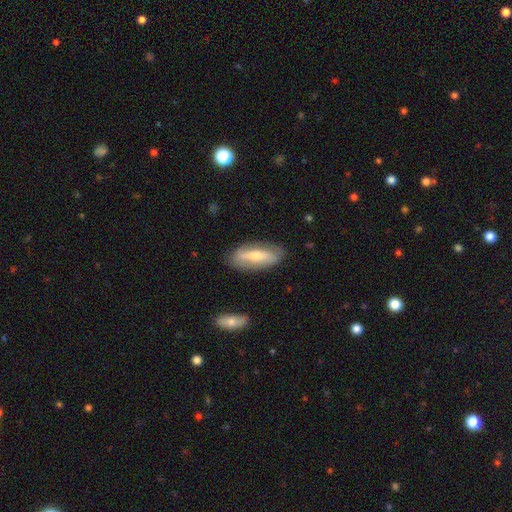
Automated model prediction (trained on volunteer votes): The model was most divided on "smooth or featured": featured or disk: 50%, smooth: 43%, star or artifact: 6%. More confident: merging — none (81%); edge-on disk — no (66%).